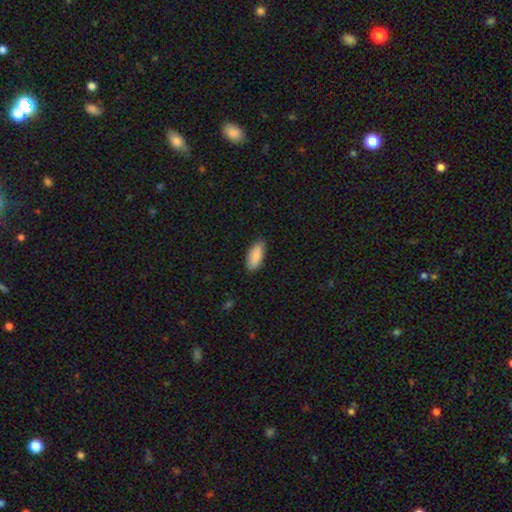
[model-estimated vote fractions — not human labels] smooth-or-featured: smooth: 87% | featured or disk: 7% | star or artifact: 6%
  how-rounded: in between: 84% | cigar-shaped: 14% | round: 2%
  merging: none: 83% | minor disturbance: 13% | major disturbance: 2% | merger: 1%